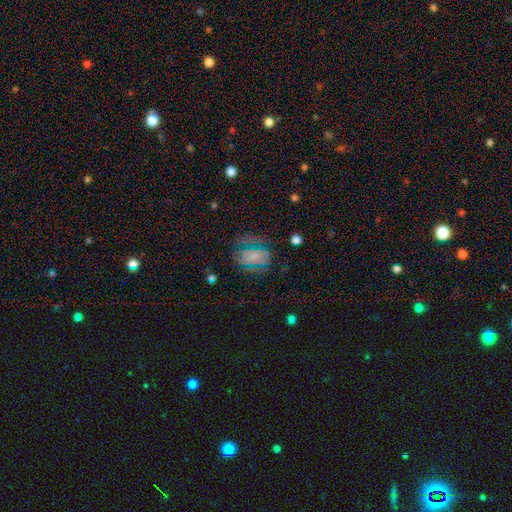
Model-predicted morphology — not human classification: type=smooth (45%); merging=none (49%).